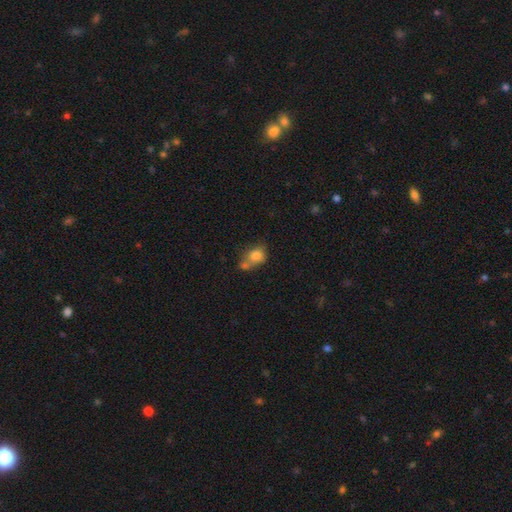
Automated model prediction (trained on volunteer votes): Q: Smooth or featured?
A: smooth (79%); runner-up: featured or disk (11%)
Q: How rounded?
A: round (54%); runner-up: in between (44%)
Q: Merging?
A: merger (41%); runner-up: none (36%)